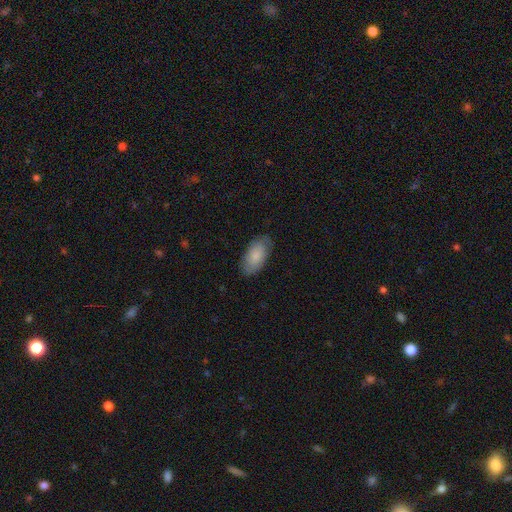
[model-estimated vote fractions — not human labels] A smooth galaxy with no disk features (85%) that is in between round and cigar-shaped (94%). Merging: none (82%).